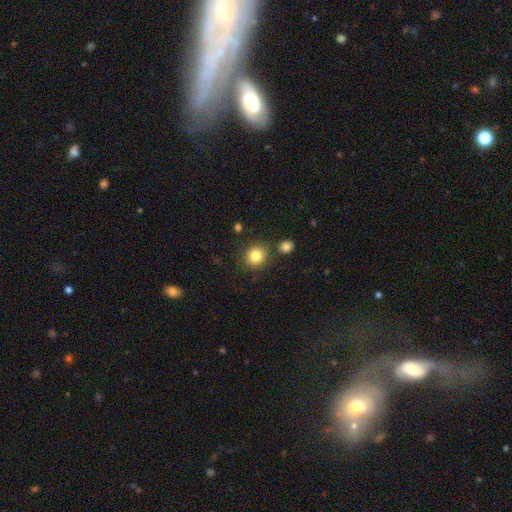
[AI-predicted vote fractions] A smooth galaxy with no disk features (83%) that is round (86%). Merging: none (81%).